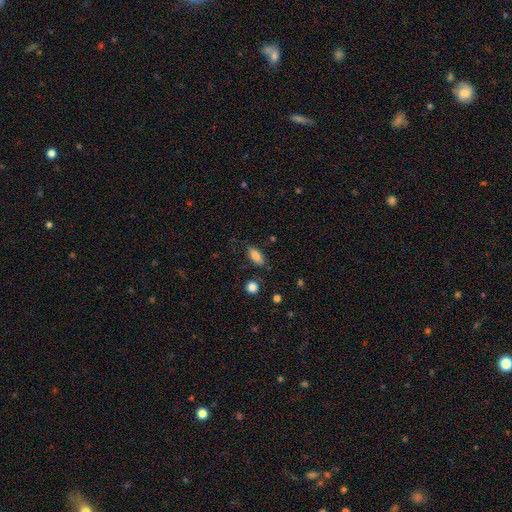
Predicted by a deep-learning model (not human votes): Smooth or featured: smooth — 84% (star or artifact — 8%)
How rounded: in between — 81% (cigar-shaped — 16%)
Merging: none — 79% (minor disturbance — 15%)